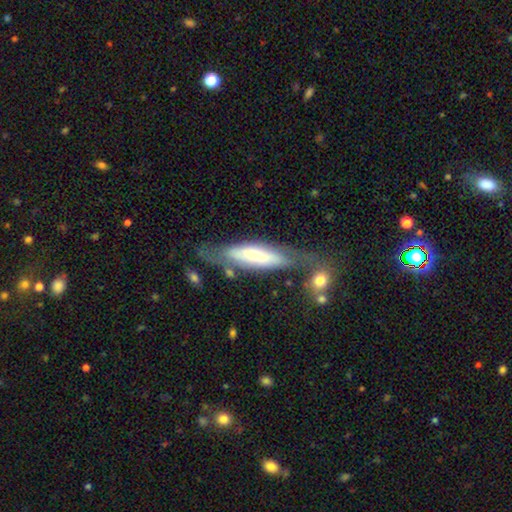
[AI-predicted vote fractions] This appears to be a featured or disk galaxy (52%) viewed edge-on (51%). Merging: none (51%).